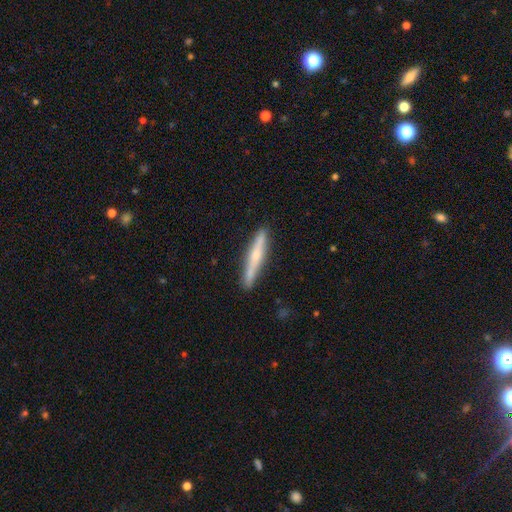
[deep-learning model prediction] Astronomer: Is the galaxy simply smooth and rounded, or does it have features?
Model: featured or disk — 49% (runner-up: smooth, 45%).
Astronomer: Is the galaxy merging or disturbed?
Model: none — 89%.